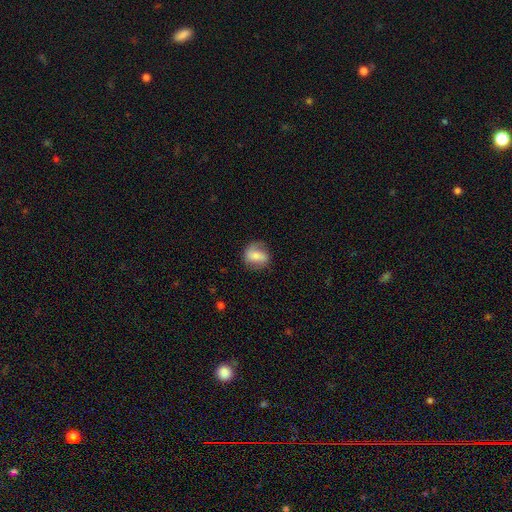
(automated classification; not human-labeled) Overall: smooth (52%; featured or disk 40%). How rounded: round (53%; in between 45%). Merging: none (67%).